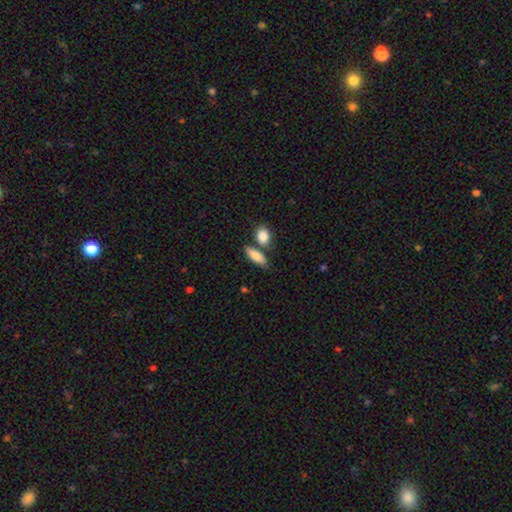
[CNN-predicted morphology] A smooth galaxy with no disk features (86%) that is in between round and cigar-shaped (69%).

Vote fractions:
- Smooth or featured? smooth: 86% / featured or disk: 9% / star or artifact: 6%
- How rounded? in between: 69% / cigar-shaped: 26% / round: 5%
- Merging? none: 65% / merger: 19% / minor disturbance: 13% / major disturbance: 4%